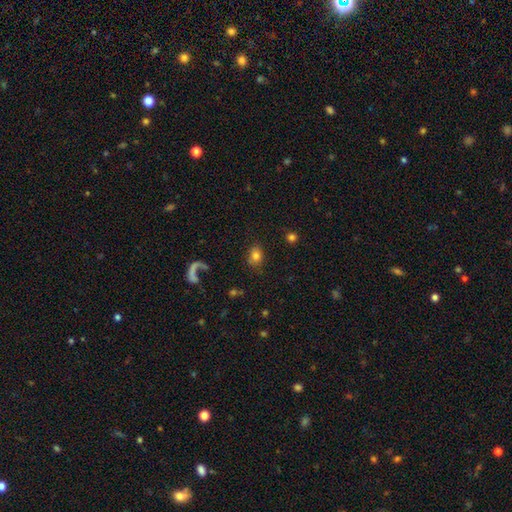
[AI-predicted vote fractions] Smooth or featured?
  - smooth: 76% *
  - featured or disk: 13%
  - star or artifact: 11%
How rounded?
  - in between: 64% *
  - round: 34%
  - cigar-shaped: 2%
Merging?
  - none: 78% *
  - minor disturbance: 11%
  - major disturbance: 7%
  - merger: 3%